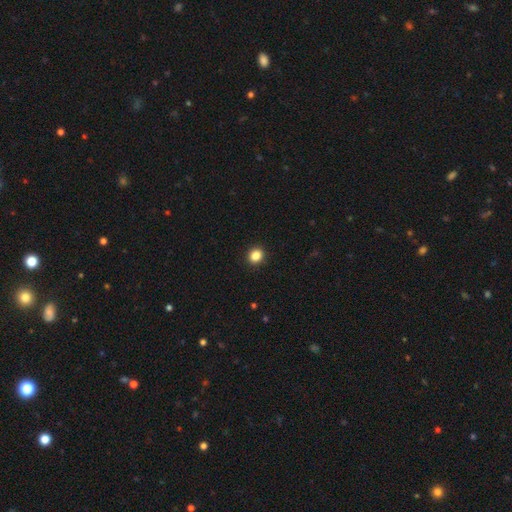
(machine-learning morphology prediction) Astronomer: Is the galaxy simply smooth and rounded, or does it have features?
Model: smooth — 87%.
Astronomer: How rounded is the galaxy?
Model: round — 76%.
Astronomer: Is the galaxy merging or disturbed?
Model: none — 92%.